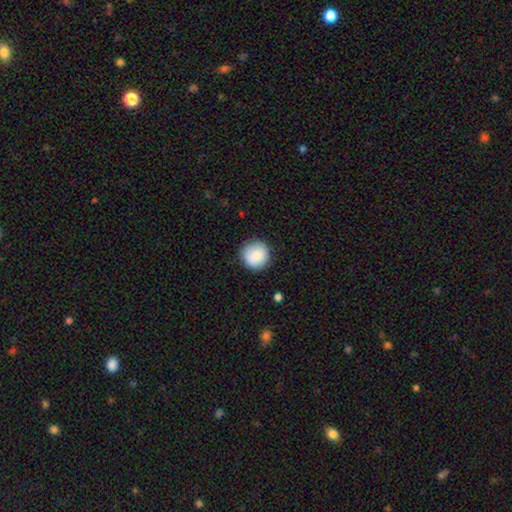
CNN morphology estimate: Q: Smooth or featured?
A: smooth (86%); runner-up: star or artifact (8%)
Q: How rounded?
A: round (94%); runner-up: in between (5%)
Q: Merging?
A: none (87%); runner-up: minor disturbance (10%)